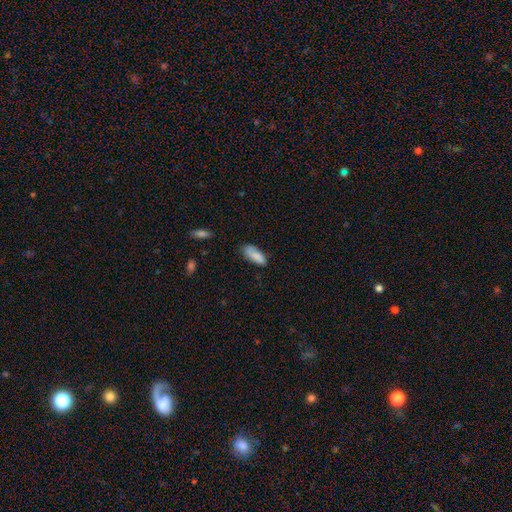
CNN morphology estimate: Smooth or featured? Predicted: smooth (p=0.84). How rounded? Predicted: in between (p=0.76). Merging? Predicted: none (p=0.69).